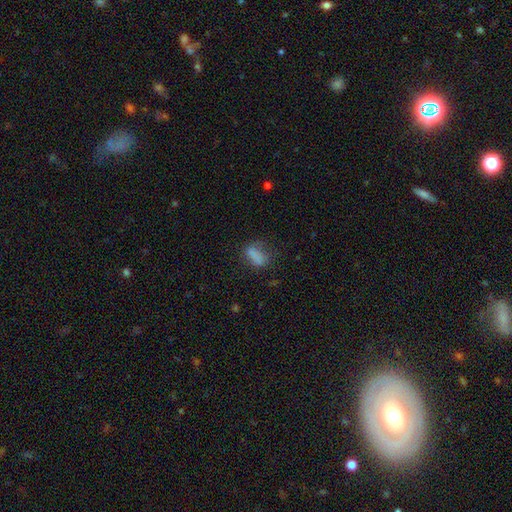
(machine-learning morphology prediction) smooth 72%, featured or disk 16%, star or artifact 13%. Down the decision tree: how rounded — in between (75%); merging — none (47%).